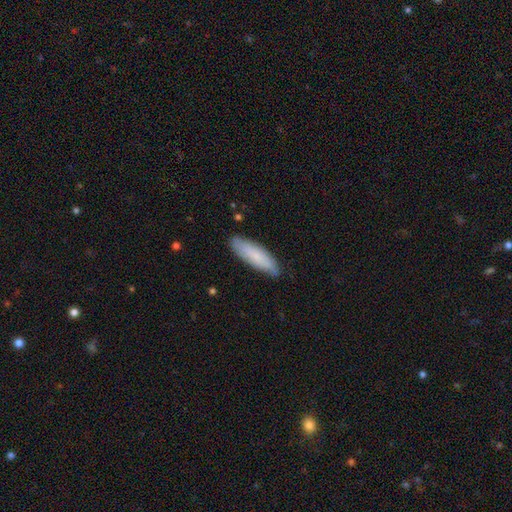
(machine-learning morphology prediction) Overall: smooth (79%). How rounded: cigar-shaped (59%; in between 40%). Merging: none (82%).